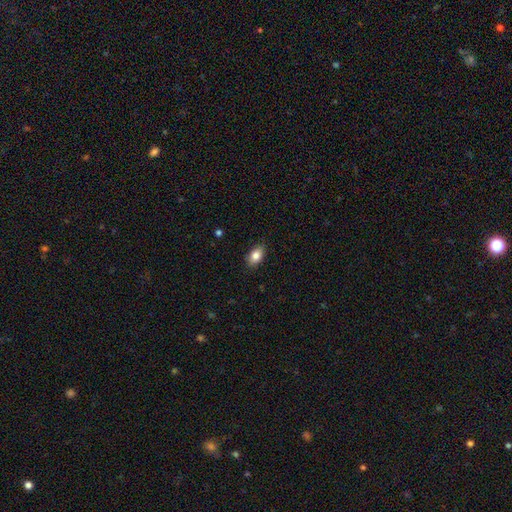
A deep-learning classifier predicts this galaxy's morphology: This appears to be a smooth galaxy with no disk features (83%) that is in between round and cigar-shaped (89%). Merging: none (87%).